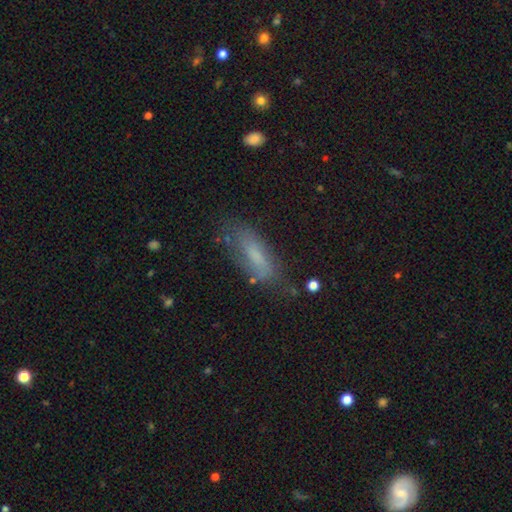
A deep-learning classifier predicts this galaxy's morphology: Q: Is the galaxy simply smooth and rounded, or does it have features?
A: smooth — 63%.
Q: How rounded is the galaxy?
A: in between — 60%.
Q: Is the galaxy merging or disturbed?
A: none — 63%.